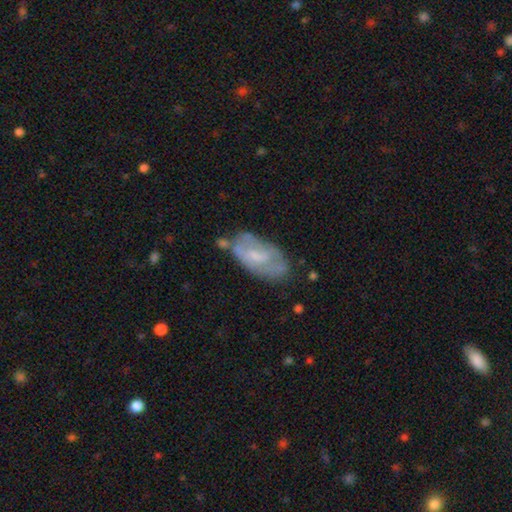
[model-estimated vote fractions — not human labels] Overall: featured or disk (52%; smooth 41%). Edge-on disk: no (92%). Merging: none (55%; minor disturbance 28%).